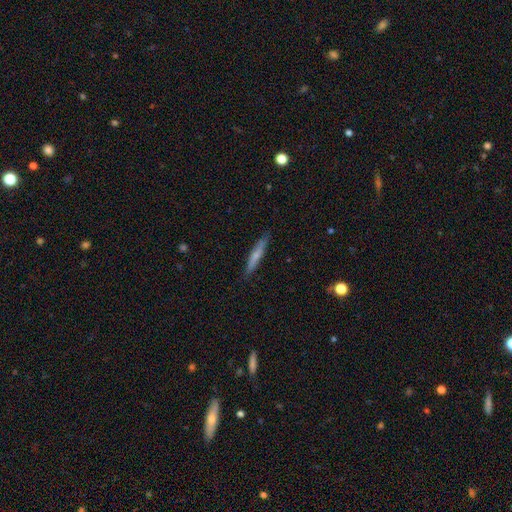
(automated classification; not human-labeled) This appears to be a smooth galaxy with no disk features (59%) that is cigar-shaped (93%). Merging: none (88%).